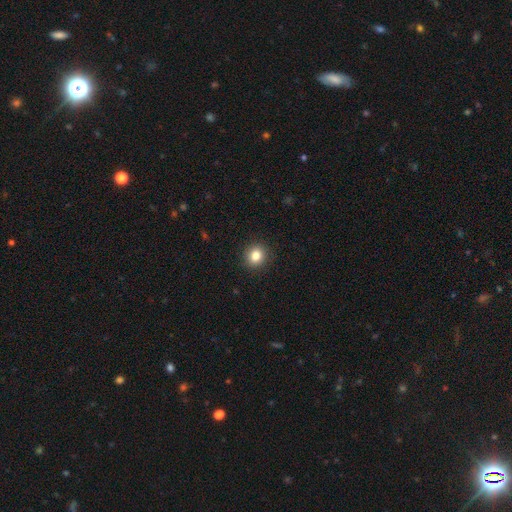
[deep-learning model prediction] The model was most divided on "how rounded": round: 84%, in between: 15%, cigar-shaped: 1%. More confident: merging — none (92%); smooth or featured — smooth (83%).